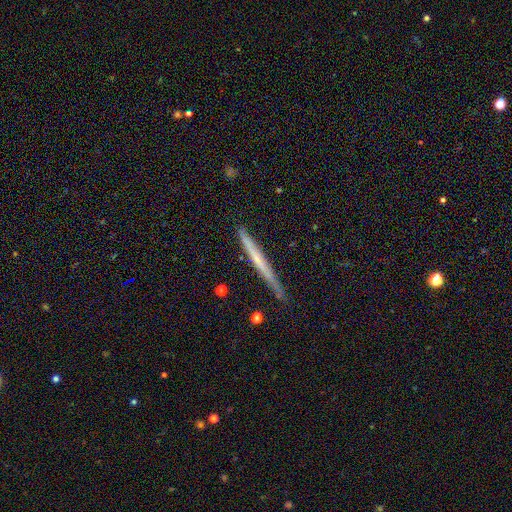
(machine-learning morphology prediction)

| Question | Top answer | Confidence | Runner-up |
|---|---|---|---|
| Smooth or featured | featured or disk | 50% | smooth (42%) |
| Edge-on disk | yes | 97% | no (3%) |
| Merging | none | 84% | minor disturbance (12%) |